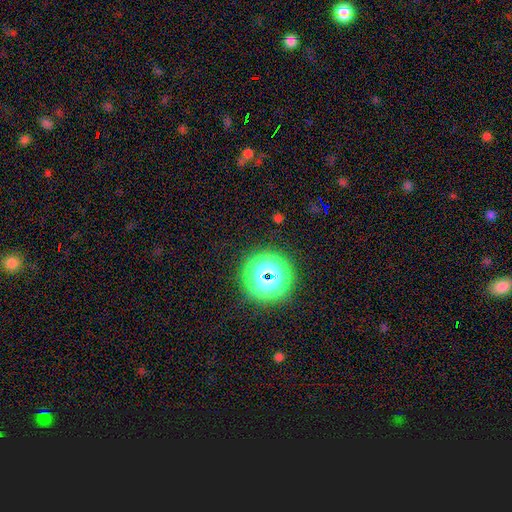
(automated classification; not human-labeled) smooth-or-featured: star or artifact: 81% | smooth: 13% | featured or disk: 6%